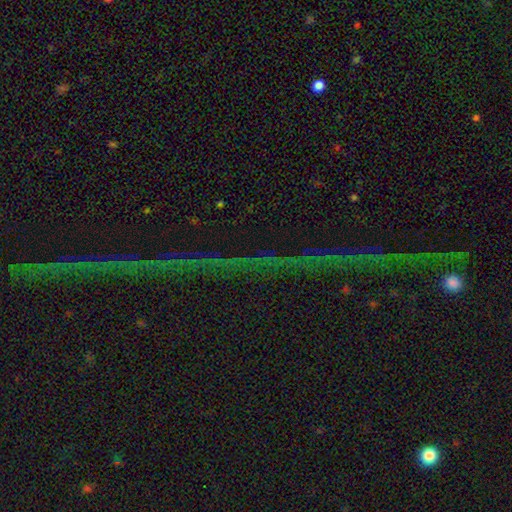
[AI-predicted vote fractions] Overall: star or artifact (73%).